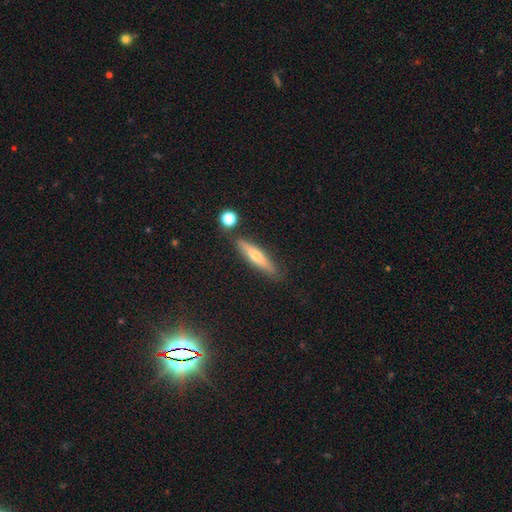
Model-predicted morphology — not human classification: Overall: featured or disk (46%; smooth 44%). Merging: none (84%).